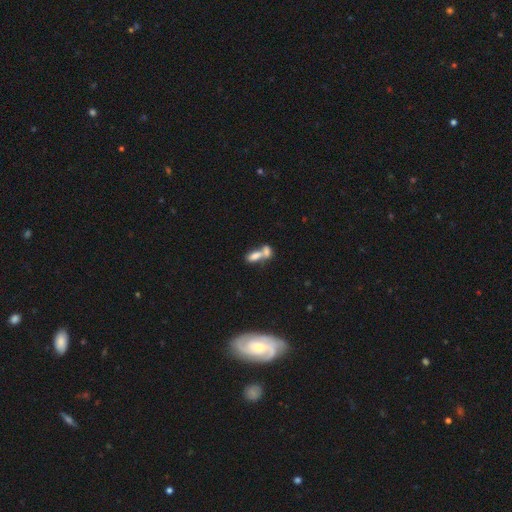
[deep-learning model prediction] Smooth or featured? Predicted: smooth (p=0.74). How rounded? Predicted: in between (p=0.83). Merging? Predicted: merger (p=0.71).